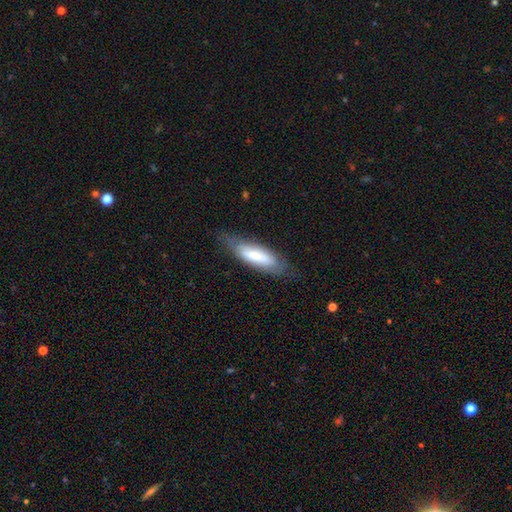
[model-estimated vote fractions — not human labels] This appears to be a smooth galaxy with no disk features (69%) that is in between round and cigar-shaped (53%). Merging: none (71%).